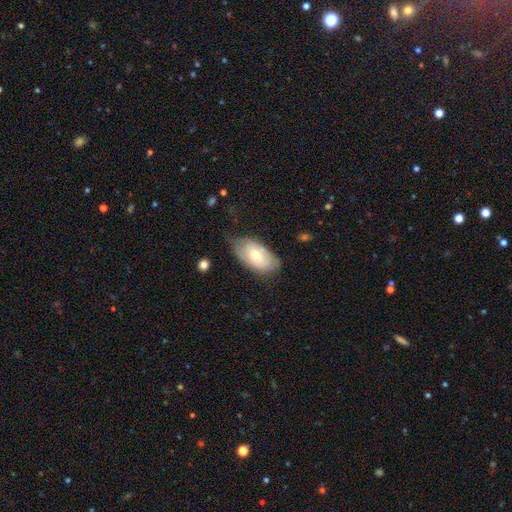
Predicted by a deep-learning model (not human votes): Overall: smooth (52%; featured or disk 41%). How rounded: in between (93%). Merging: none (62%; minor disturbance 27%).